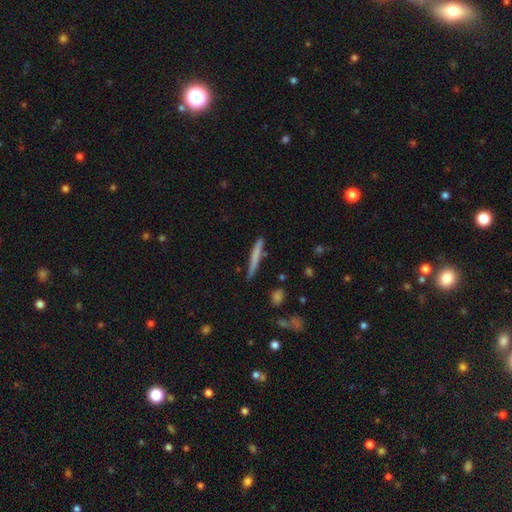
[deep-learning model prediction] smooth_or_featured: smooth (p=0.67) [alt: featured or disk p=0.27]
how_rounded: cigar-shaped (p=0.96) [alt: in between p=0.03]
merging: none (p=0.84) [alt: minor disturbance p=0.12]